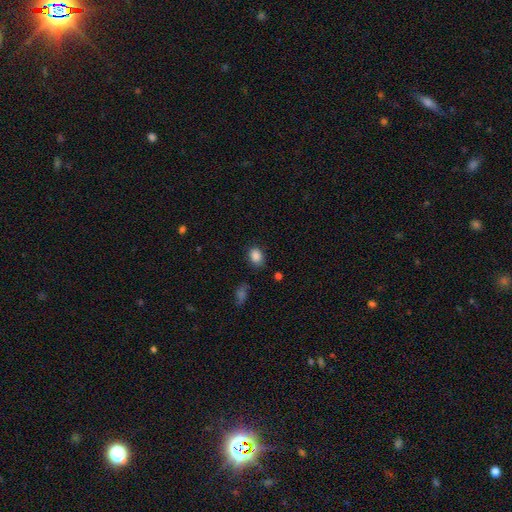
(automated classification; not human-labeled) Smooth or featured?
  - smooth: 86% *
  - star or artifact: 10%
  - featured or disk: 4%
How rounded?
  - in between: 64% *
  - round: 35%
  - cigar-shaped: 1%
Merging?
  - none: 76% *
  - minor disturbance: 18%
  - major disturbance: 4%
  - merger: 2%